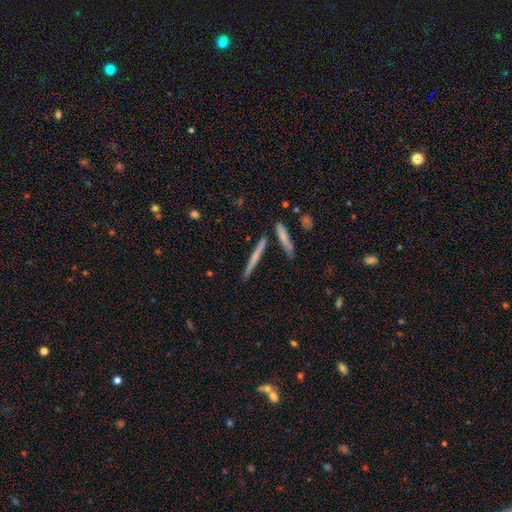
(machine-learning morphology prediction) type=smooth (47%); merging=none (85%).